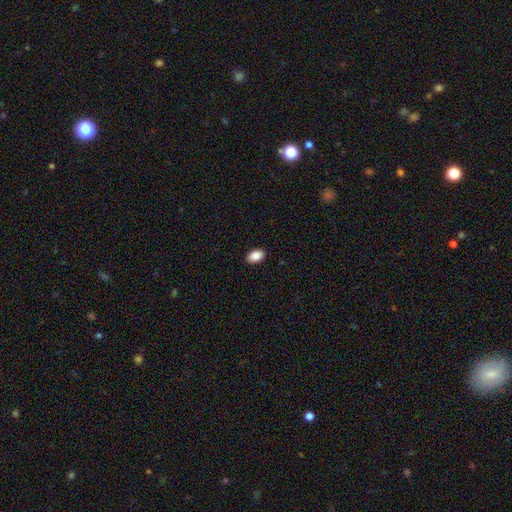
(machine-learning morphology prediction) smooth-or-featured: smooth: 88% | star or artifact: 8% | featured or disk: 5%
  how-rounded: in between: 91% | round: 8% | cigar-shaped: 1%
  merging: none: 91% | minor disturbance: 7% | major disturbance: 2% | merger: 1%